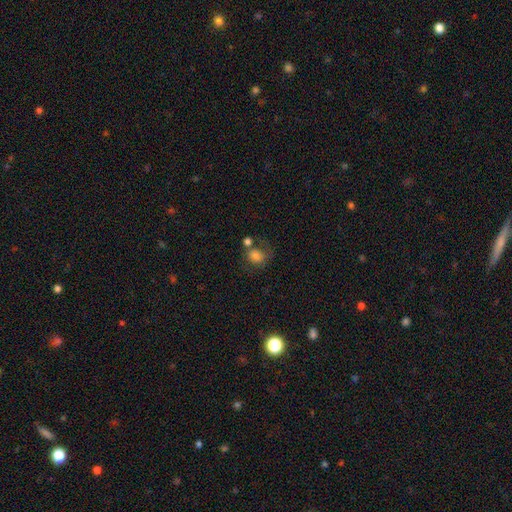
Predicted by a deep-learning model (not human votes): Morphology: type=smooth (72%); roundness=round (64%); merging=none (40%).